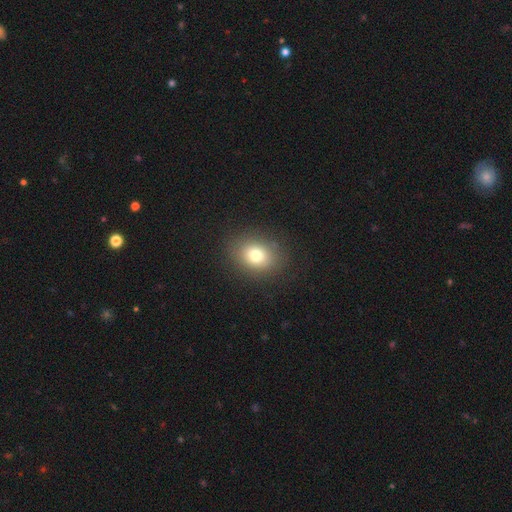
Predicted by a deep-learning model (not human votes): smooth_or_featured: smooth (p=0.76) [alt: star or artifact p=0.13]
how_rounded: in between (p=0.51) [alt: round p=0.48]
merging: none (p=0.86) [alt: minor disturbance p=0.09]